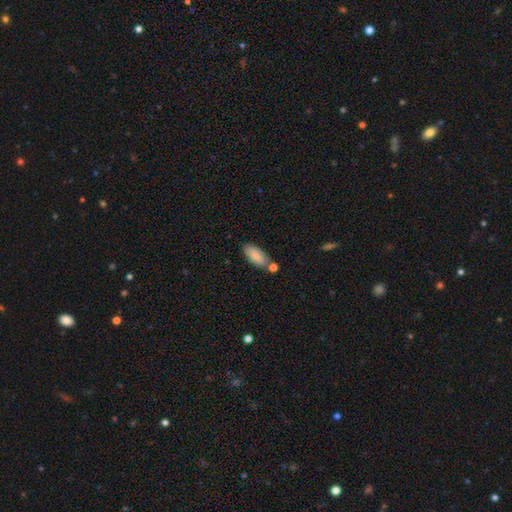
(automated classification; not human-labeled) Morphology: type=smooth (79%); roundness=in between (85%); merging=none (67%).